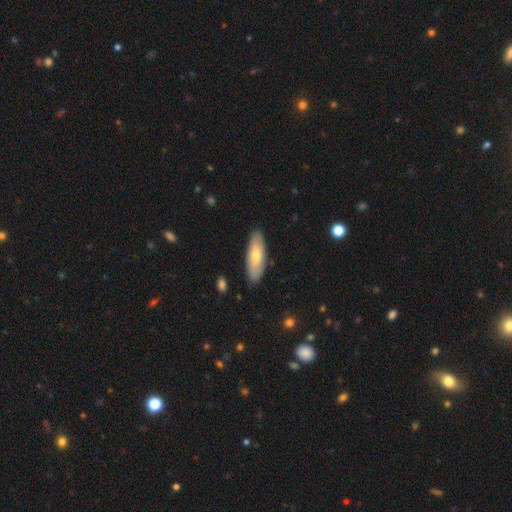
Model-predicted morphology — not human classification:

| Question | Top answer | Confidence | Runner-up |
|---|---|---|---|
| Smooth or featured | smooth | 62% | featured or disk (32%) |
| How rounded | in between | 54% | cigar-shaped (44%) |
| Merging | none | 88% | minor disturbance (9%) |